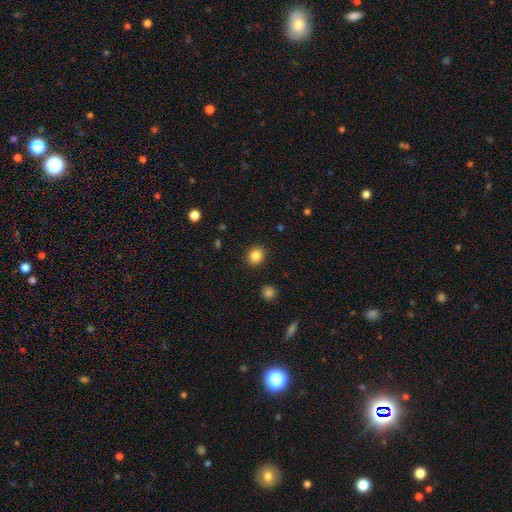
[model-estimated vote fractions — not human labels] A smooth galaxy with no disk features (85%) that is round (82%). Merging: none (91%).